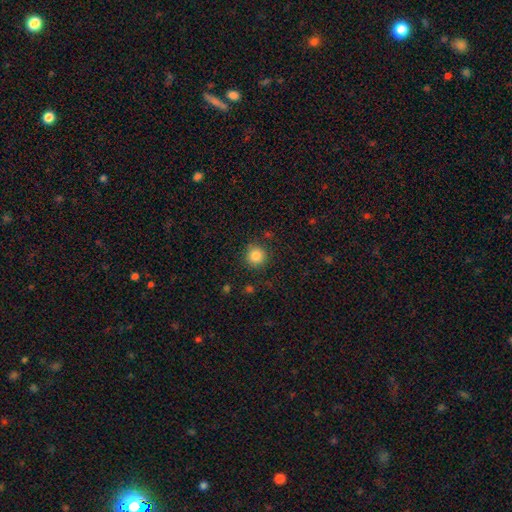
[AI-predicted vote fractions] A smooth galaxy with no disk features (84%) that is round (94%). Merging: none (88%).